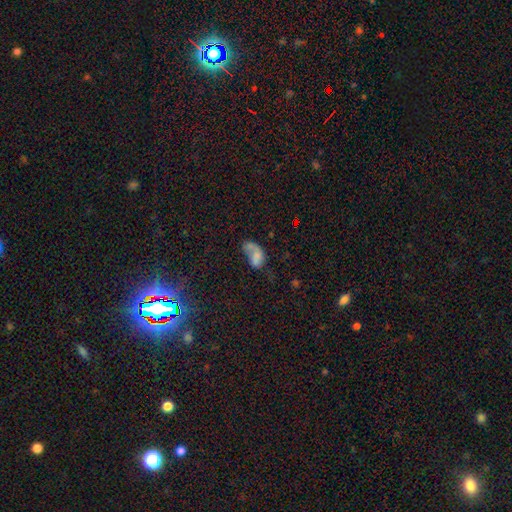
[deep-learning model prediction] This appears to be a smooth galaxy with no disk features (60%) that is in between round and cigar-shaped (88%). Merging: major disturbance (33%).